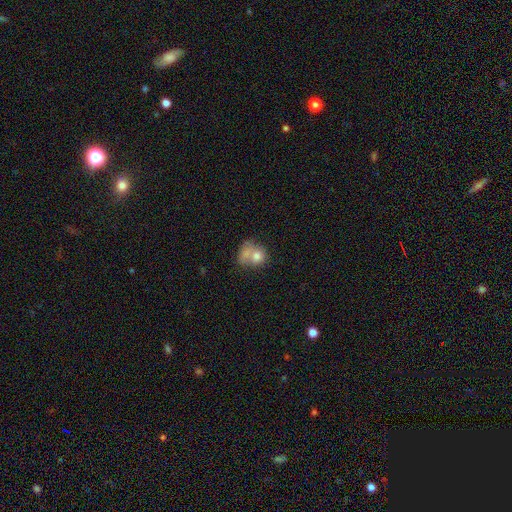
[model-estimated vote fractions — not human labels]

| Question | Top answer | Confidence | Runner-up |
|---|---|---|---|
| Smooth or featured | smooth | 69% | featured or disk (20%) |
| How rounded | round | 63% | in between (36%) |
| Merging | merger | 42% | none (28%) |